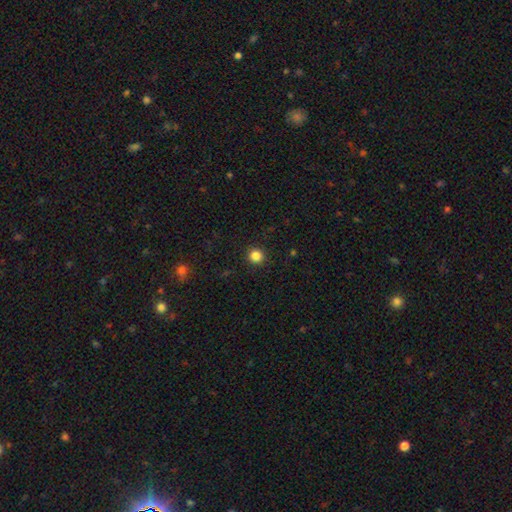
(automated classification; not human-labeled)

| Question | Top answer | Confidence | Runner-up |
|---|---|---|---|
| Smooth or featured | smooth | 84% | star or artifact (12%) |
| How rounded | round | 95% | in between (5%) |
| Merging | none | 92% | minor disturbance (5%) |